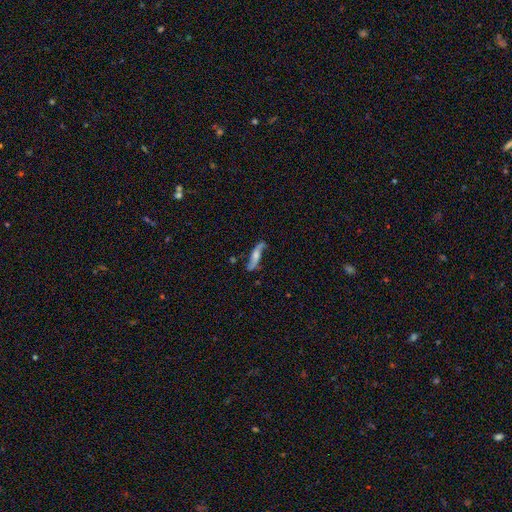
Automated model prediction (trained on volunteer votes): smooth-or-featured: featured or disk: 66% | smooth: 28% | star or artifact: 7%
  disk-edge-on: no: 67% | yes: 33%
  merging: none: 65% | minor disturbance: 22% | major disturbance: 9% | merger: 4%